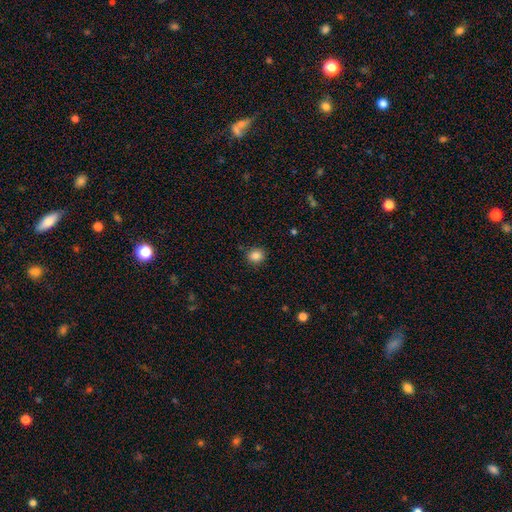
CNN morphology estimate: The model was most divided on "how rounded": round: 80%, in between: 19%, cigar-shaped: 1%. More confident: merging — none (88%); smooth or featured — smooth (85%).